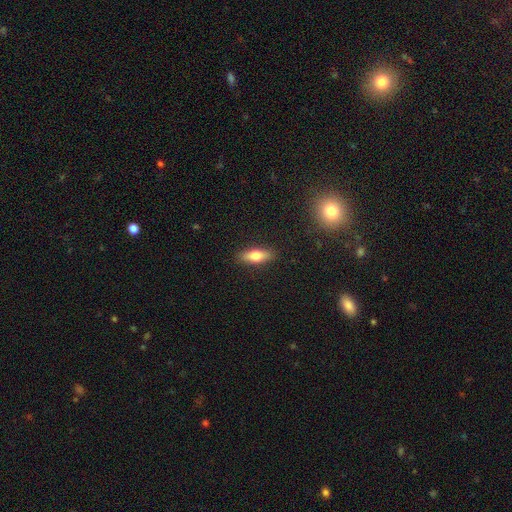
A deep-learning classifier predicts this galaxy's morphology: smooth_or_featured: smooth (p=0.71) [alt: featured or disk p=0.22]
how_rounded: in between (p=0.62) [alt: cigar-shaped p=0.35]
merging: none (p=0.88) [alt: minor disturbance p=0.09]